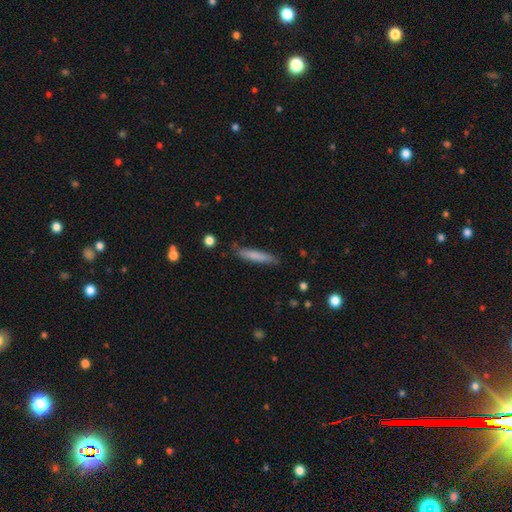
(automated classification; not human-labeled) A smooth galaxy with no disk features (76%) that is cigar-shaped (89%). Merging: none (82%).